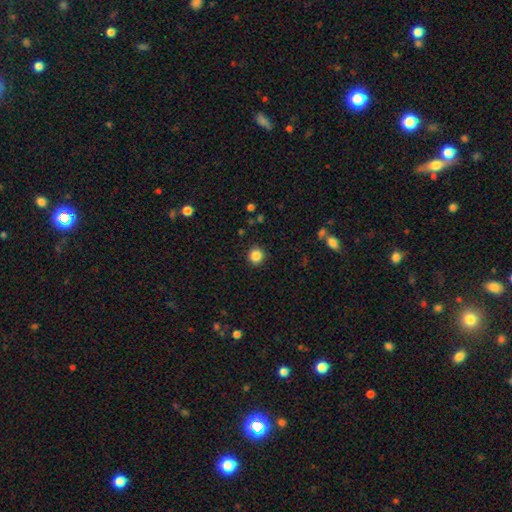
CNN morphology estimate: Q: Smooth or featured?
A: smooth (86%); runner-up: star or artifact (10%)
Q: How rounded?
A: round (92%); runner-up: in between (7%)
Q: Merging?
A: none (91%); runner-up: minor disturbance (6%)